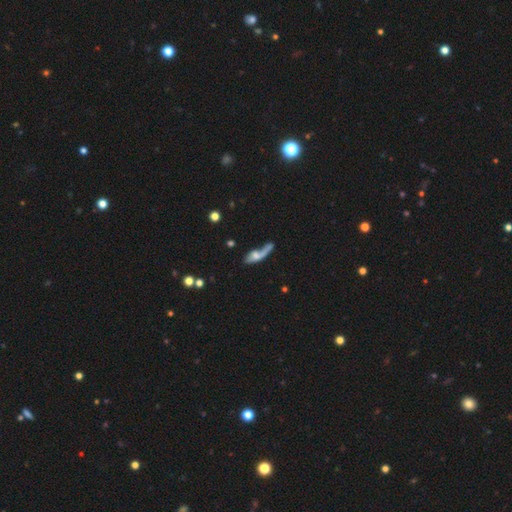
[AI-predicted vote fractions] Smooth or featured: smooth — 49% (featured or disk — 42%)
Merging: none — 29% (tied with major disturbance — 29%)